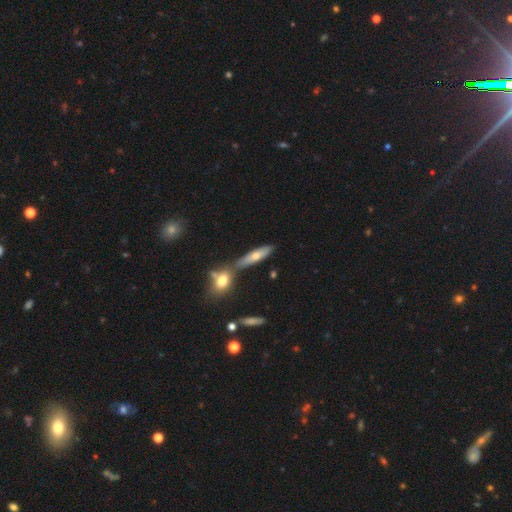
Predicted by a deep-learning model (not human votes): A smooth galaxy with no disk features (54%) that is cigar-shaped (62%).

Vote fractions:
- Smooth or featured? smooth: 54% / featured or disk: 37% / star or artifact: 9%
- How rounded? cigar-shaped: 62% / in between: 34% / round: 3%
- Merging? none: 59% / merger: 24% / minor disturbance: 13% / major disturbance: 4%